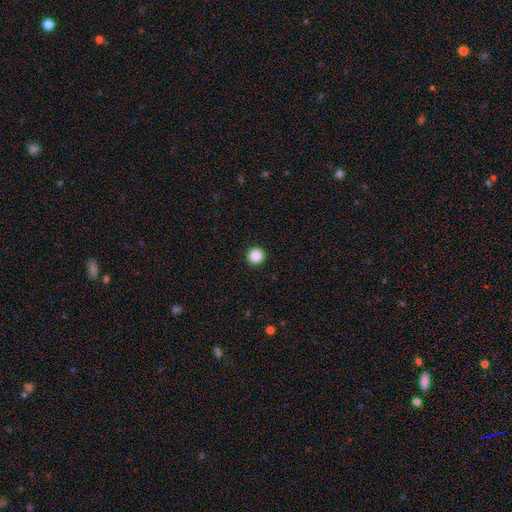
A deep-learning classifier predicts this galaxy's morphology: The model was most divided on "smooth or featured": smooth: 88%, star or artifact: 10%, featured or disk: 3%. More confident: how rounded — round (96%); merging — none (94%).